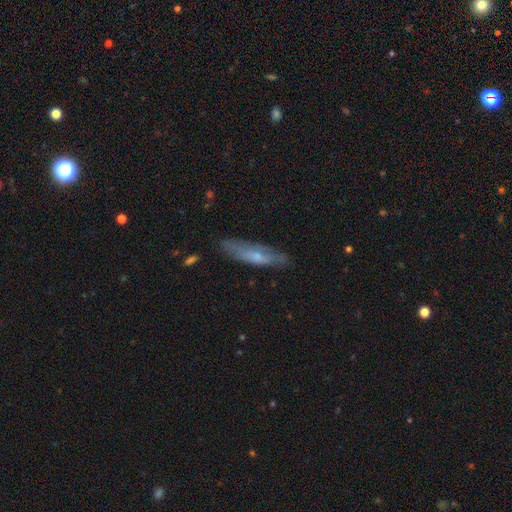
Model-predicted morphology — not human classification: smooth-or-featured: smooth: 51% | featured or disk: 43% | star or artifact: 6%
  how-rounded: cigar-shaped: 75% | in between: 23% | round: 2%
  merging: none: 73% | minor disturbance: 20% | major disturbance: 5% | merger: 2%